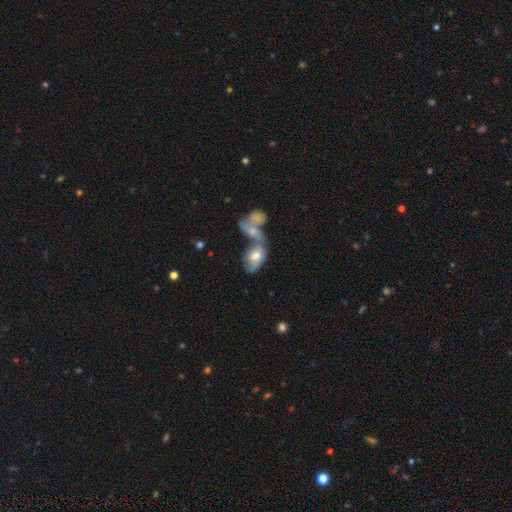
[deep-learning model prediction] A smooth galaxy with no disk features (54%) that is in between round and cigar-shaped (89%). Merging: merger (63%).